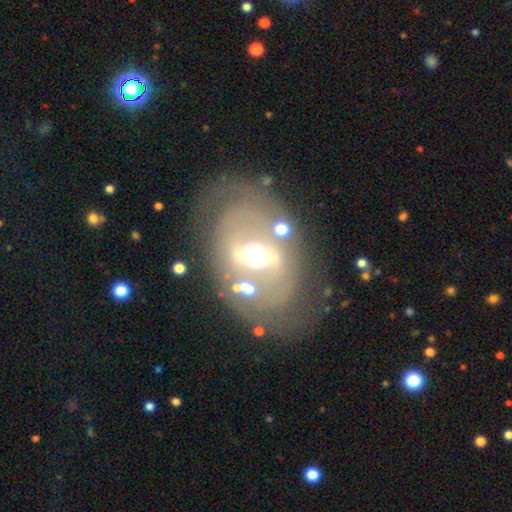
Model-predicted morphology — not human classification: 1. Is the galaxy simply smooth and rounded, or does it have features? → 78% featured or disk, 14% smooth, 8% star or artifact.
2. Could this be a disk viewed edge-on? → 92% no, 8% yes.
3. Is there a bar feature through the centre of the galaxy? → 57% strong, 31% weak, 12% no.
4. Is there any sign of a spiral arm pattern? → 59% yes, 41% no.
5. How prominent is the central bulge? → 65% moderate, 19% large, 12% small, 3% dominant, 1% none.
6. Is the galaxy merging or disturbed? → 65% none, 16% minor disturbance, 12% major disturbance, 6% merger.